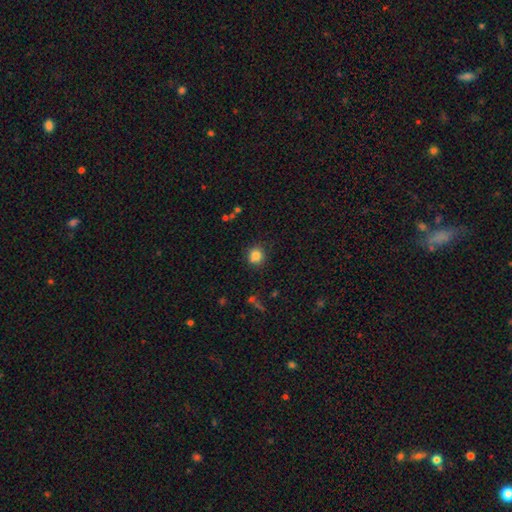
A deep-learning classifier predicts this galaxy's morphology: smooth 83%, star or artifact 11%, featured or disk 6%. Down the decision tree: how rounded — round (87%); merging — none (78%).